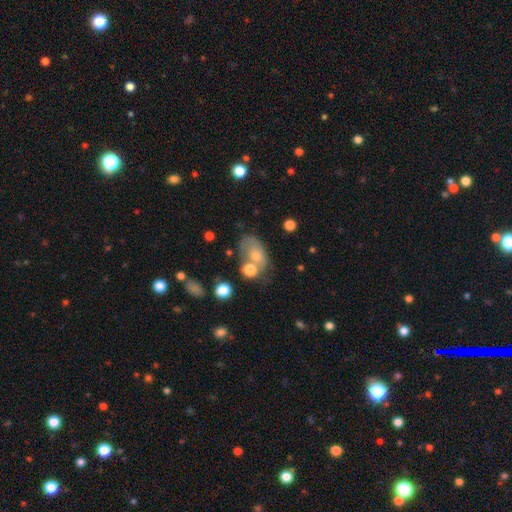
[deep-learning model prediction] A smooth galaxy with no disk features (59%) that is in between round and cigar-shaped (82%). Merging: none (44%).